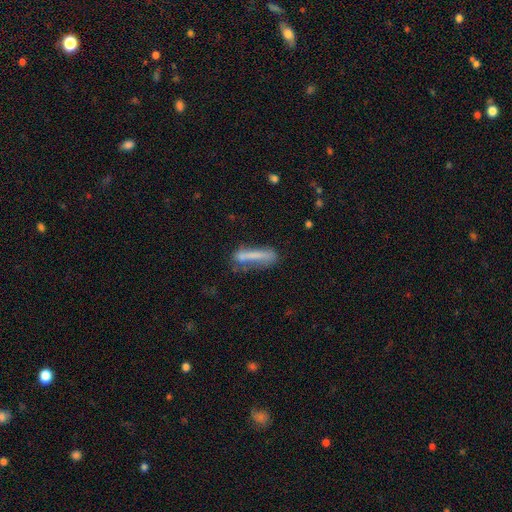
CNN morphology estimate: smooth 67%, featured or disk 25%, star or artifact 8%. Down the decision tree: how rounded — cigar-shaped (84%); merging — none (50%).